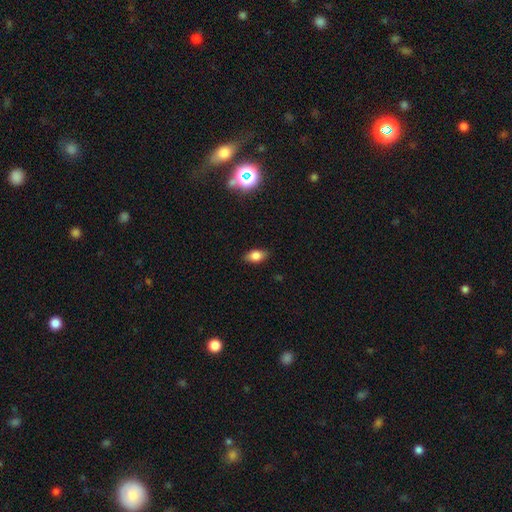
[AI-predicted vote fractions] A smooth galaxy with no disk features (81%) that is in between round and cigar-shaped (87%).

Vote fractions:
- Smooth or featured? smooth: 81% / star or artifact: 10% / featured or disk: 9%
- How rounded? in between: 87% / round: 10% / cigar-shaped: 4%
- Merging? none: 86% / minor disturbance: 11% / major disturbance: 2% / merger: 1%